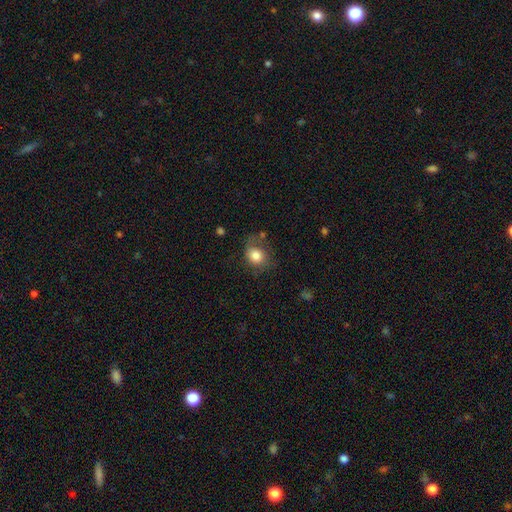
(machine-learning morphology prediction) smooth 81%, featured or disk 10%, star or artifact 9%. Down the decision tree: how rounded — round (61%); merging — none (58%).